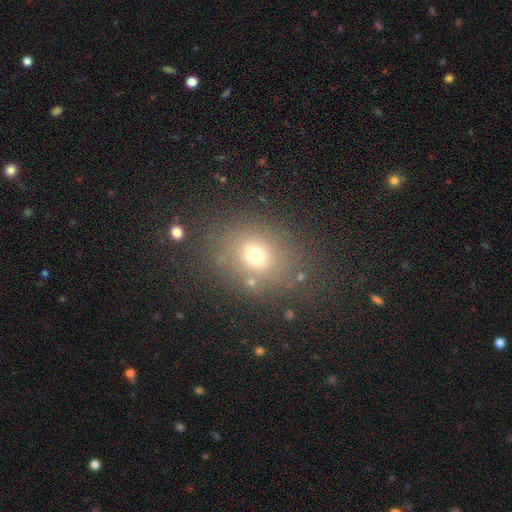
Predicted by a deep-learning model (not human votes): A smooth galaxy with no disk features (67%) that is round (59%).

Vote fractions:
- Smooth or featured? smooth: 67% / star or artifact: 19% / featured or disk: 14%
- How rounded? round: 59% / in between: 40% / cigar-shaped: 1%
- Merging? none: 76% / minor disturbance: 12% / major disturbance: 7% / merger: 5%